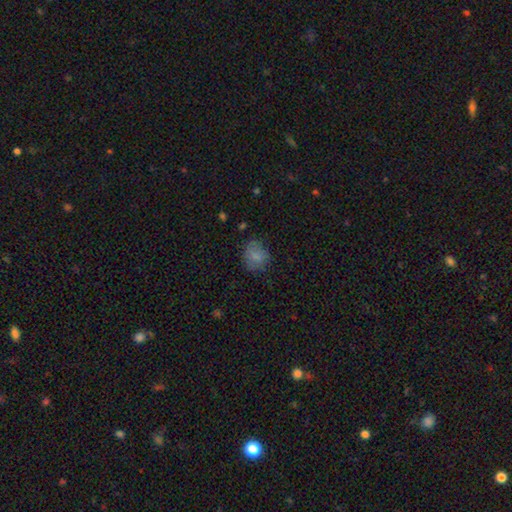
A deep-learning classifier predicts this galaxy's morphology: smooth 77%, featured or disk 12%, star or artifact 11%. Down the decision tree: how rounded — round (62%); merging — none (66%).